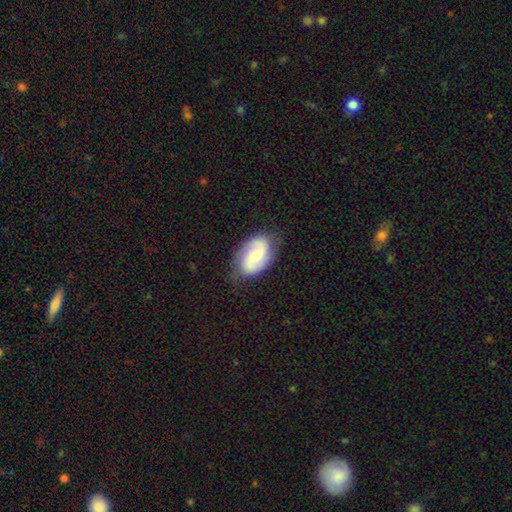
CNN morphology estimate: The model was most divided on "bar": no: 50%, weak: 41%, strong: 9%. Remaining: edge-on disk — no (97%); spiral arms — yes (92%); spiral arm count — 2 (86%); merging — none (75%); smooth or featured — featured or disk (64%); bulge size — moderate (53%); spiral winding — medium (45%).